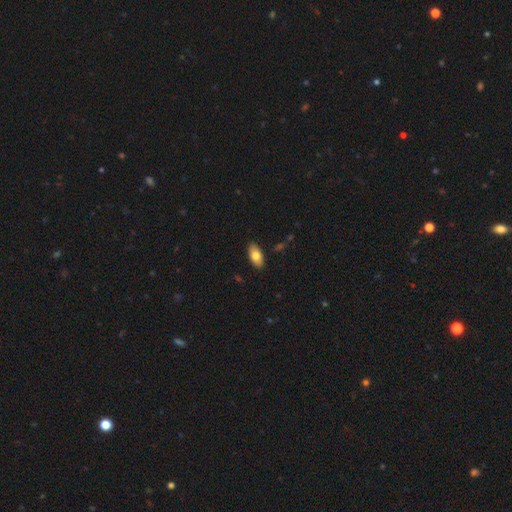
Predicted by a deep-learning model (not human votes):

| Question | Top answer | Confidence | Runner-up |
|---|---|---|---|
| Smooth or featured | smooth | 79% | featured or disk (15%) |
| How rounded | in between | 93% | cigar-shaped (5%) |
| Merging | none | 88% | minor disturbance (9%) |